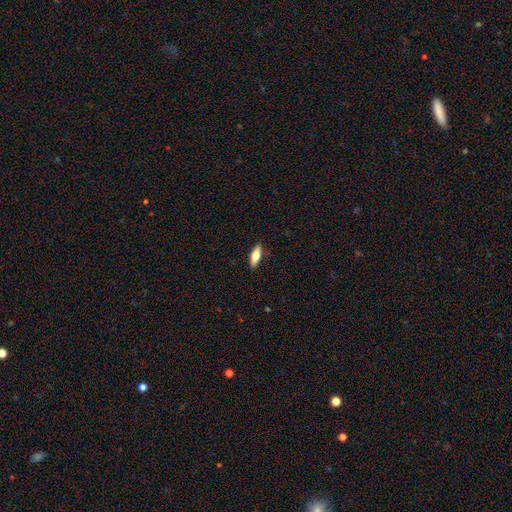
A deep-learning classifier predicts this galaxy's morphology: Smooth or featured?
  - smooth: 67% *
  - featured or disk: 27%
  - star or artifact: 6%
How rounded?
  - in between: 66% *
  - cigar-shaped: 32%
  - round: 2%
Merging?
  - none: 88% *
  - minor disturbance: 9%
  - major disturbance: 2%
  - merger: 1%